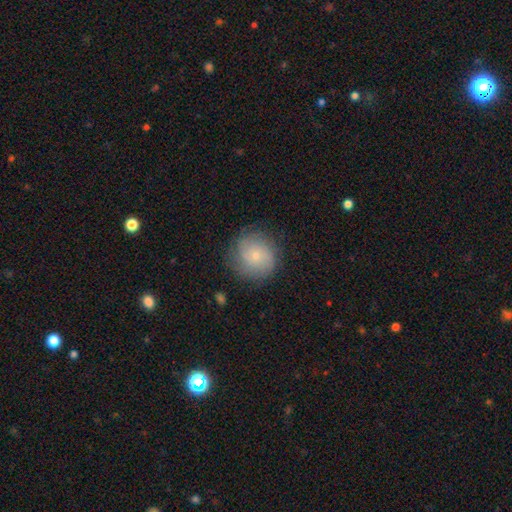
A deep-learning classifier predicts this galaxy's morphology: A smooth galaxy with no disk features (58%) that is round (89%).

Vote fractions:
- Smooth or featured? smooth: 58% / featured or disk: 33% / star or artifact: 9%
- How rounded? round: 89% / in between: 10% / cigar-shaped: 1%
- Merging? none: 78% / minor disturbance: 15% / major disturbance: 6% / merger: 1%